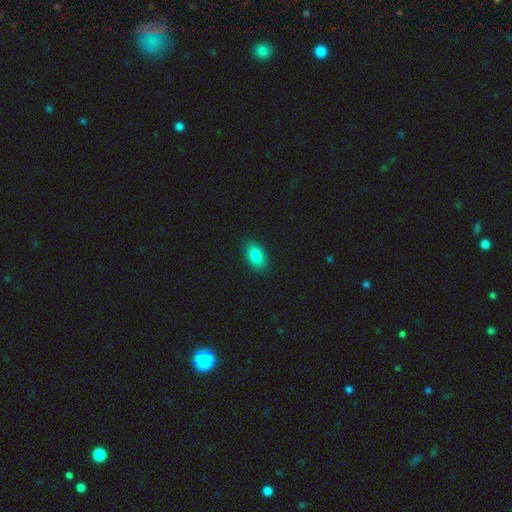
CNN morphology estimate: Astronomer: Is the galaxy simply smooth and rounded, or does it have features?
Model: smooth — 85%.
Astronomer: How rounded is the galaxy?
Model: in between — 90%.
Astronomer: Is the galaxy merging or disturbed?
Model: none — 88%.